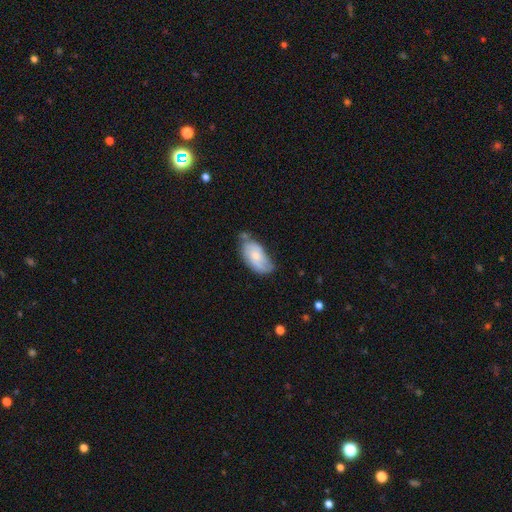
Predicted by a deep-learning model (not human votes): Smooth or featured? Predicted: smooth (p=0.48). Merging? Predicted: none (p=0.51).